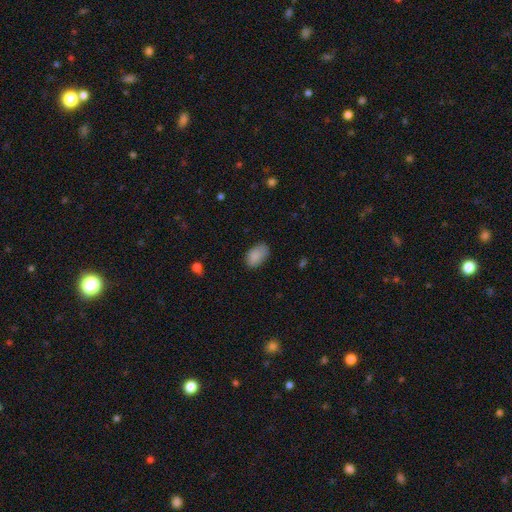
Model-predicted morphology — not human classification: Q: Smooth or featured?
A: smooth (86%); runner-up: star or artifact (8%)
Q: How rounded?
A: in between (91%); runner-up: round (8%)
Q: Merging?
A: none (68%); runner-up: minor disturbance (25%)